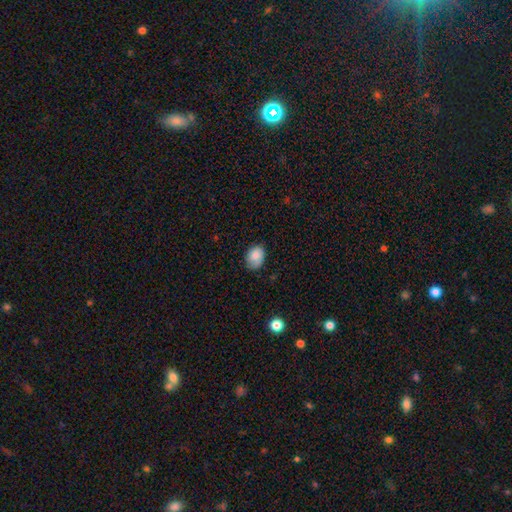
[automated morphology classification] A smooth galaxy with no disk features (85%) that is in between round and cigar-shaped (72%).

Vote fractions:
- Smooth or featured? smooth: 85% / star or artifact: 8% / featured or disk: 7%
- How rounded? in between: 72% / round: 28% / cigar-shaped: 1%
- Merging? none: 67% / minor disturbance: 26% / major disturbance: 5% / merger: 1%